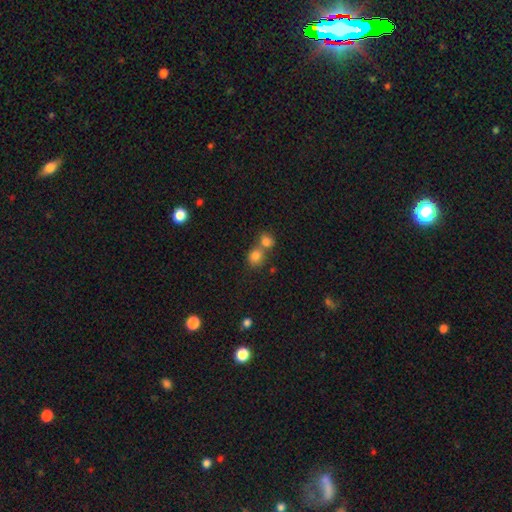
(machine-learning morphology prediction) A smooth galaxy with no disk features (81%) that is round (71%).

Vote fractions:
- Smooth or featured? smooth: 81% / star or artifact: 12% / featured or disk: 7%
- How rounded? round: 71% / in between: 28% / cigar-shaped: 1%
- Merging? merger: 48% / none: 42% / minor disturbance: 7% / major disturbance: 3%